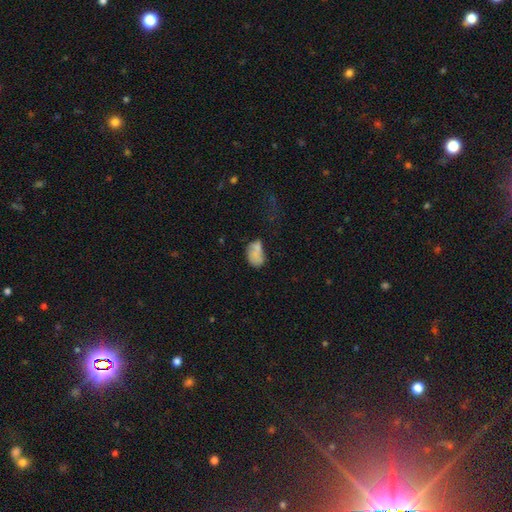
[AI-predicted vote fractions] Morphology: type=smooth (68%); roundness=in between (83%); merging=none (33%).